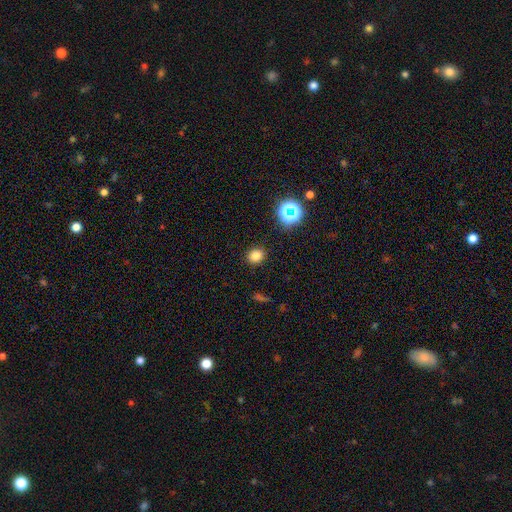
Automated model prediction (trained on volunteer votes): This is likely a smooth galaxy (79%). How rounded: likely round (77%). Merging: clearly none (89%).